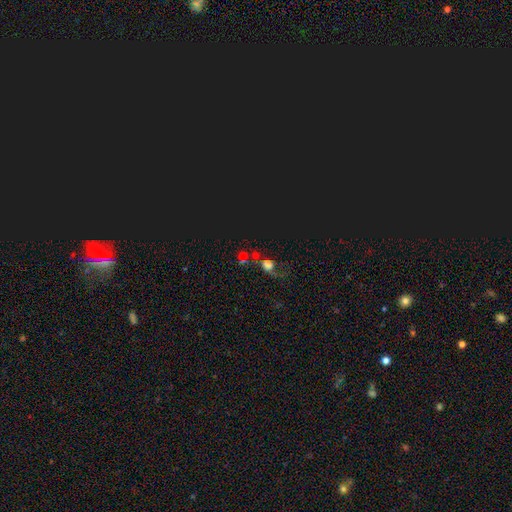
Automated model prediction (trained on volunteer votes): Smooth or featured?
  - smooth: 44% *
  - star or artifact: 40%
  - featured or disk: 16%
Merging?
  - none: 41% *
  - merger: 22%
  - major disturbance: 22%
  - minor disturbance: 15%